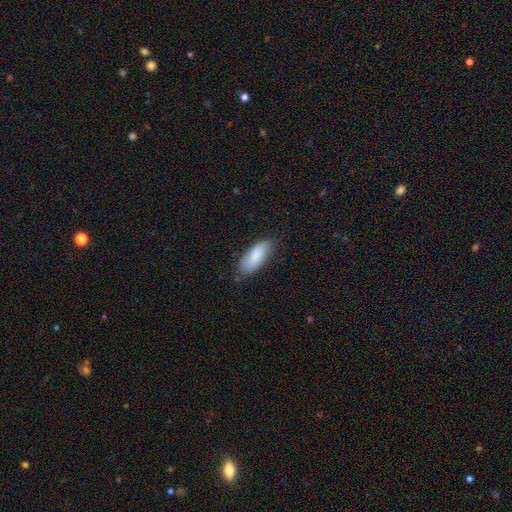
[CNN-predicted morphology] Smooth or featured? smooth (84%)
How rounded? in between (82%)
Merging? none (75%)